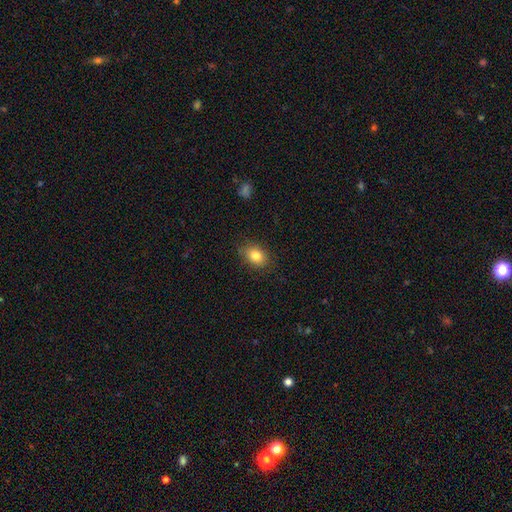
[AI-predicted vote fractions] smooth 82%, star or artifact 9%, featured or disk 9%. Down the decision tree: how rounded — in between (70%); merging — none (83%).